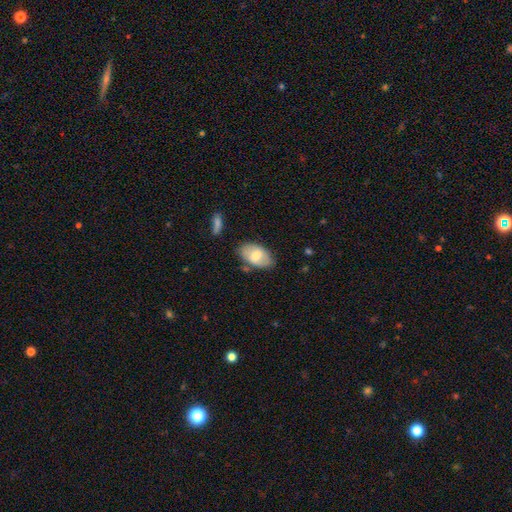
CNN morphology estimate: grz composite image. It shows a smooth galaxy with no disk features (63%) that is in between round and cigar-shaped (92%). Merging: none (74%).